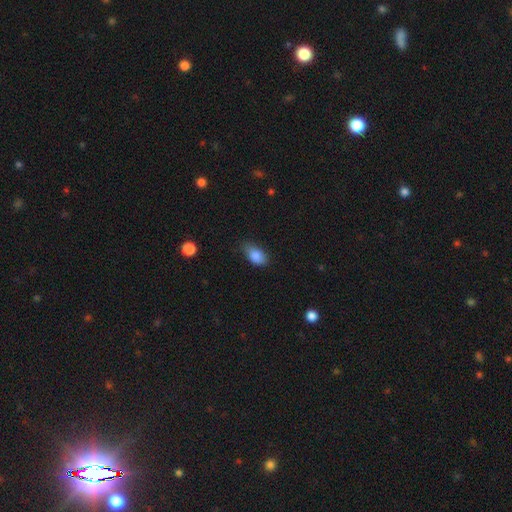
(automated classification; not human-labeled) Smooth or featured: smooth — 85% (star or artifact — 8%)
How rounded: in between — 89% (round — 8%)
Merging: none — 63% (minor disturbance — 30%)